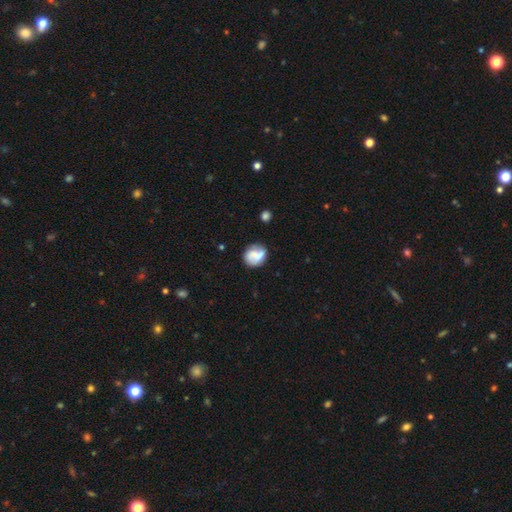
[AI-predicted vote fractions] Smooth or featured? Predicted: smooth (p=0.54). How rounded? Predicted: round (p=0.73). Merging? Predicted: none (p=0.60).